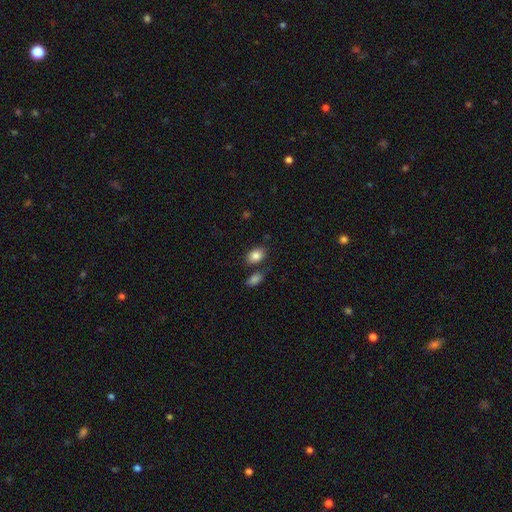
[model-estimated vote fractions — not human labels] Overall: smooth (85%). How rounded: in between (81%). Merging: none (73%).